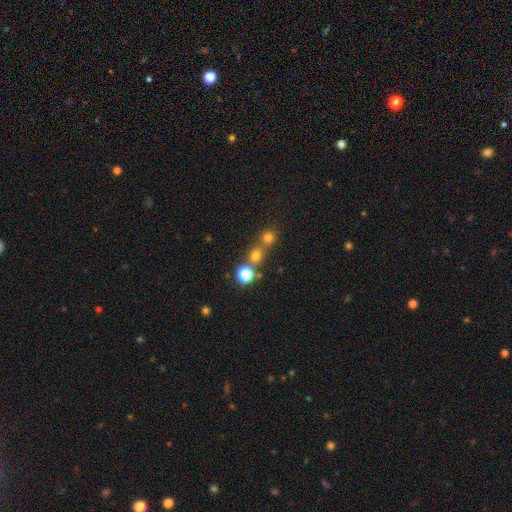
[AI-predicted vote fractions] This is likely a smooth galaxy (67%). How rounded: clearly round (88%). Merging: possibly none (56%).